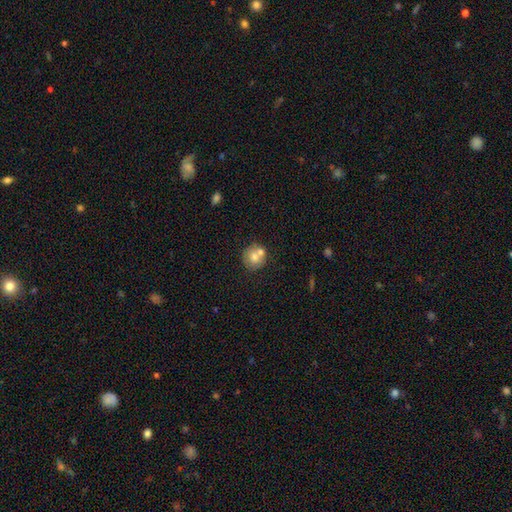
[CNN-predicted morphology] Q: Smooth or featured?
A: smooth (70%); runner-up: featured or disk (21%)
Q: How rounded?
A: round (88%); runner-up: in between (11%)
Q: Merging?
A: none (57%); runner-up: merger (30%)